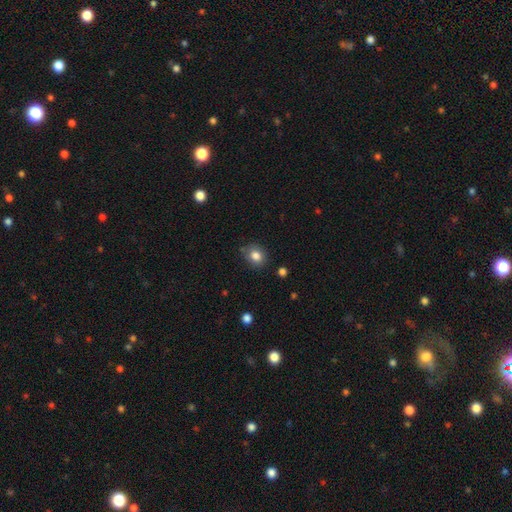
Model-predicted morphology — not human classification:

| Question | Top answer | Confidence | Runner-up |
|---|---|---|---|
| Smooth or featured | smooth | 83% | star or artifact (10%) |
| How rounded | round | 65% | in between (34%) |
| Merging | none | 79% | minor disturbance (16%) |